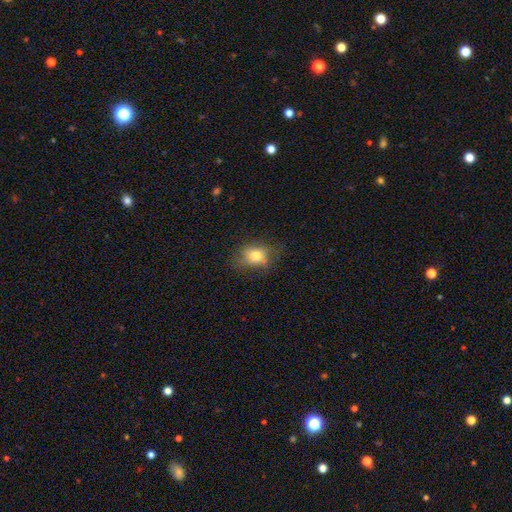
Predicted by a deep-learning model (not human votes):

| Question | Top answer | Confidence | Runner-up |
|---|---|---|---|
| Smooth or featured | smooth | 75% | featured or disk (15%) |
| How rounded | in between | 64% | round (34%) |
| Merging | none | 61% | minor disturbance (25%) |